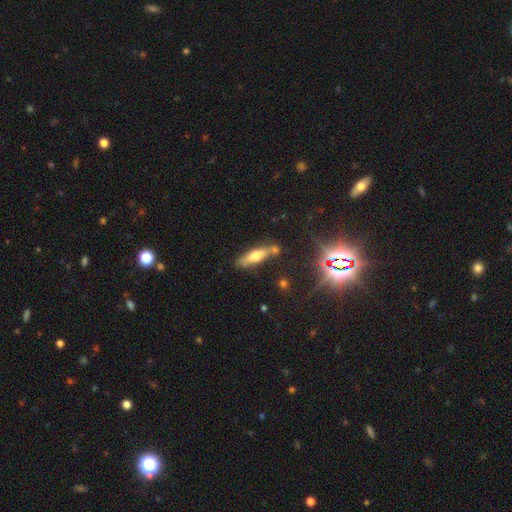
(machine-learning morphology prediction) Smooth or featured? smooth (50%)
How rounded? cigar-shaped (68%)
Merging? none (70%)